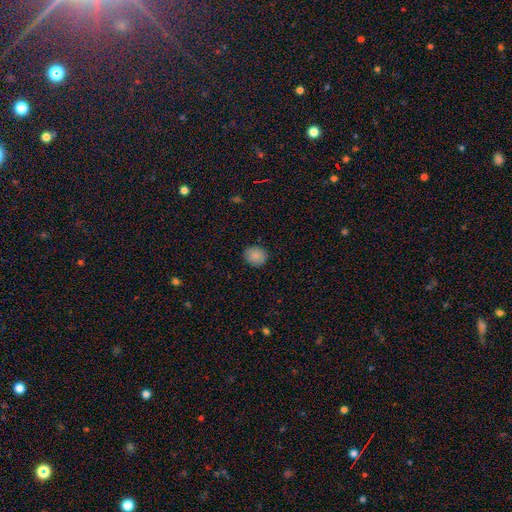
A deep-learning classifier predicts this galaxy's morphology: type=smooth (86%); roundness=round (71%); merging=none (87%).